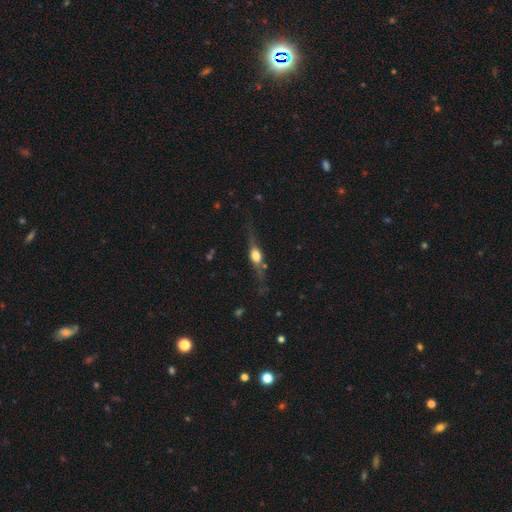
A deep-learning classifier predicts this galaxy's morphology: Smooth or featured: featured or disk — 64% (smooth — 28%)
Edge-on disk: yes — 93% (no — 7%)
Edge-on bulge: rounded — 92% (boxy — 6%)
Merging: none — 76% (minor disturbance — 16%)